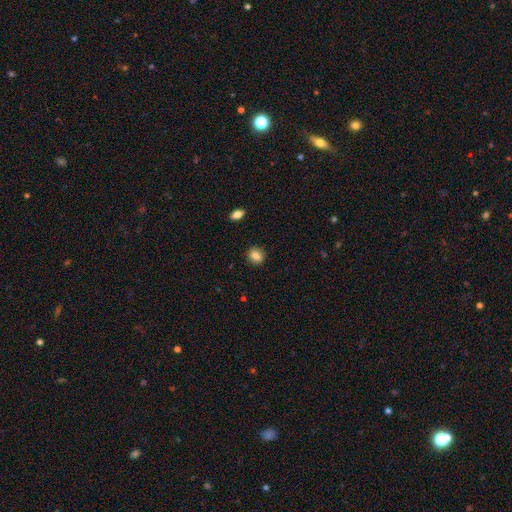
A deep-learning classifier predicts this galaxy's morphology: Q: Smooth or featured?
A: smooth (84%); runner-up: star or artifact (9%)
Q: How rounded?
A: round (57%); runner-up: in between (41%)
Q: Merging?
A: none (89%); runner-up: minor disturbance (8%)